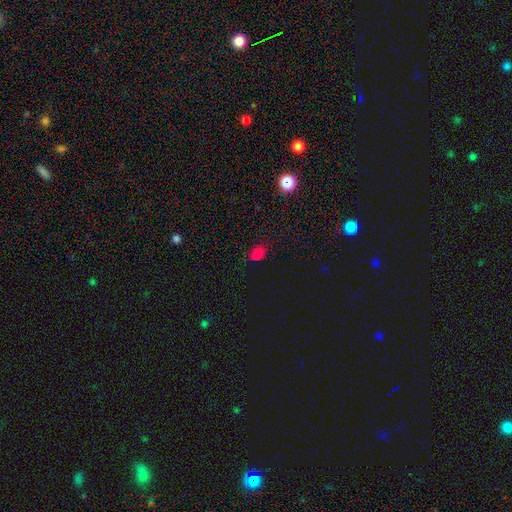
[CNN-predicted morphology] A smooth galaxy with no disk features (76%) that is in between round and cigar-shaped (72%).

Vote fractions:
- Smooth or featured? smooth: 76% / star or artifact: 19% / featured or disk: 5%
- How rounded? in between: 72% / round: 27% / cigar-shaped: 1%
- Merging? none: 77% / minor disturbance: 18% / major disturbance: 3% / merger: 1%